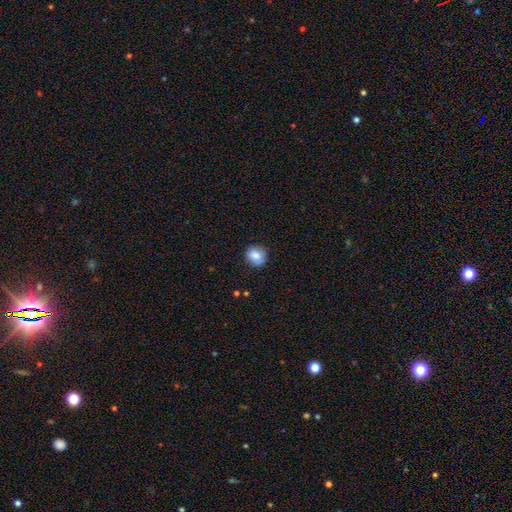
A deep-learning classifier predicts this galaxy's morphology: The model was most divided on "how rounded": round: 81%, in between: 18%, cigar-shaped: 1%. More confident: merging — none (79%); smooth or featured — smooth (79%).